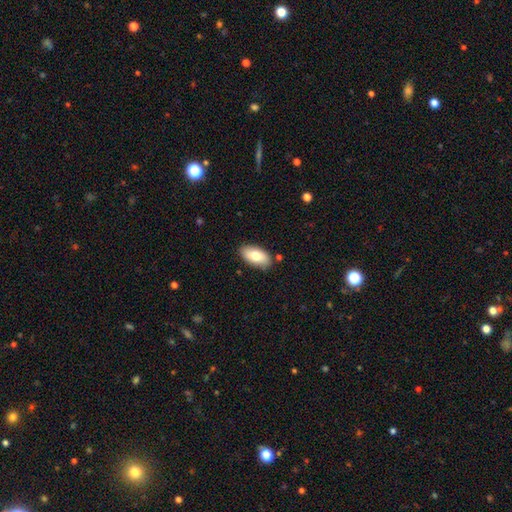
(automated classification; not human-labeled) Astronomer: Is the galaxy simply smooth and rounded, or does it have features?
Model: smooth — 77%.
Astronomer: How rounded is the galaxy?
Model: in between — 93%.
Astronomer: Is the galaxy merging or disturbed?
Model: none — 85%.